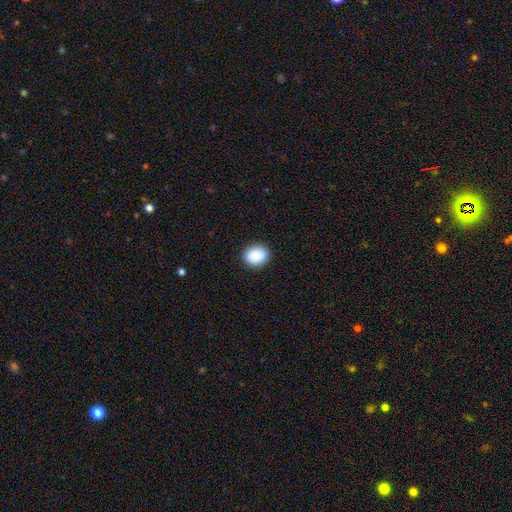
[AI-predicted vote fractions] Morphology: type=smooth (90%); roundness=round (55%); merging=none (89%).